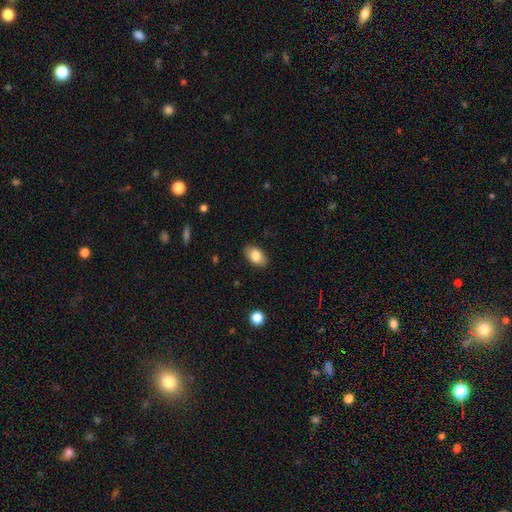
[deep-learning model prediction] smooth 85%, featured or disk 8%, star or artifact 7%. Down the decision tree: how rounded — in between (92%); merging — none (87%).